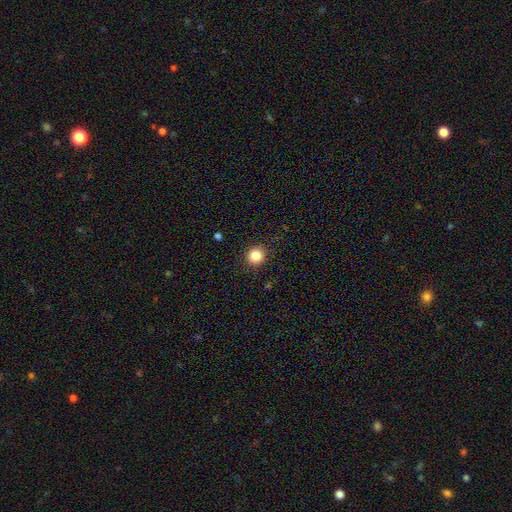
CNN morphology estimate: Smooth or featured? Predicted: smooth (p=0.85). How rounded? Predicted: round (p=0.88). Merging? Predicted: none (p=0.89).